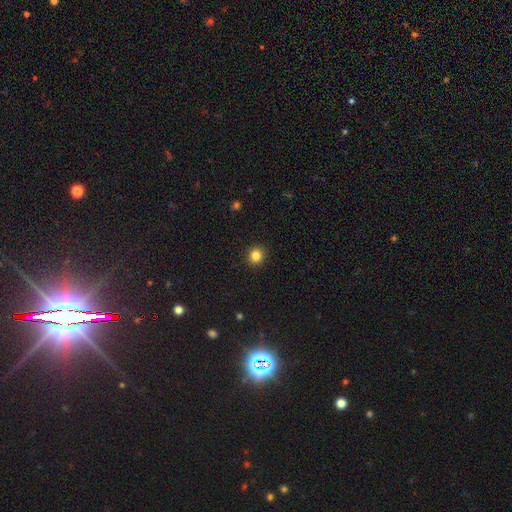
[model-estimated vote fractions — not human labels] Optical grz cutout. It shows a smooth galaxy with no disk features (84%) that is round (89%). Merging: none (92%).